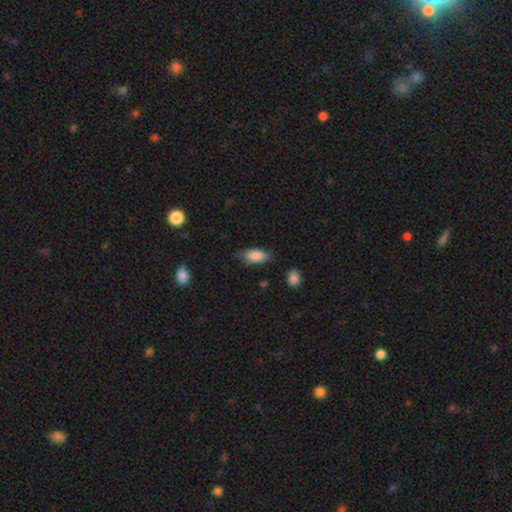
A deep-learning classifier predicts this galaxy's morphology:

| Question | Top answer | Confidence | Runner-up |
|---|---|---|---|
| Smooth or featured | smooth | 84% | featured or disk (10%) |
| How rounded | in between | 82% | cigar-shaped (16%) |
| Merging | none | 73% | minor disturbance (21%) |